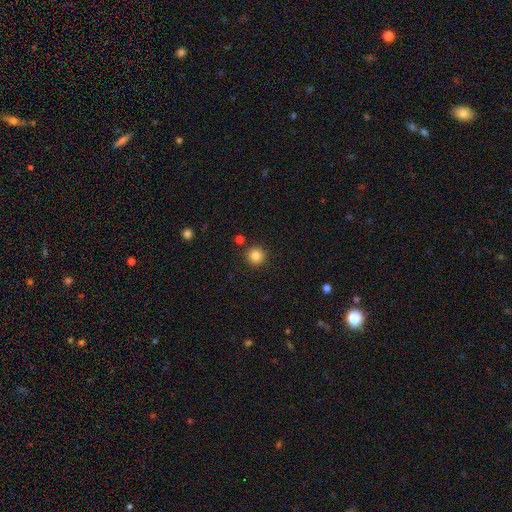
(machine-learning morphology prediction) Smooth or featured? Predicted: smooth (p=0.85). How rounded? Predicted: round (p=0.95). Merging? Predicted: none (p=0.87).